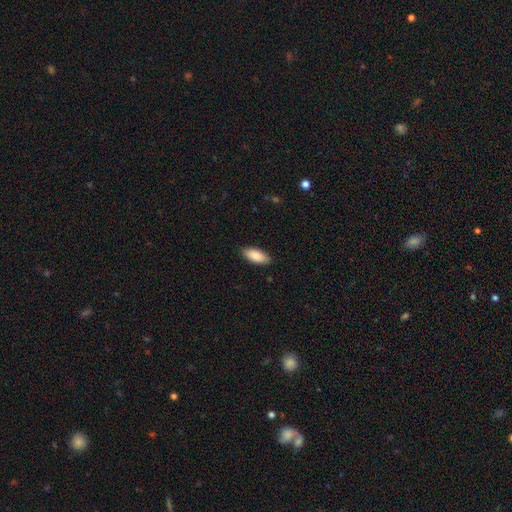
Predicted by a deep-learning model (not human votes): This appears to be a smooth galaxy with no disk features (86%) that is in between round and cigar-shaped (87%). Merging: none (88%).